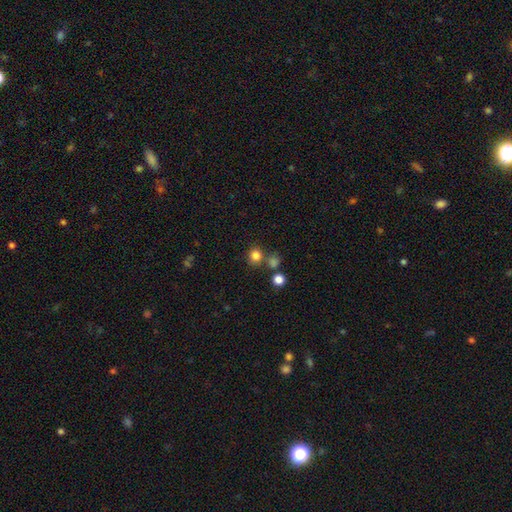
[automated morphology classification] Smooth or featured?
  - smooth: 81% *
  - star or artifact: 14%
  - featured or disk: 5%
How rounded?
  - round: 88% *
  - in between: 11%
  - cigar-shaped: 1%
Merging?
  - none: 73% *
  - merger: 15%
  - minor disturbance: 8%
  - major disturbance: 4%